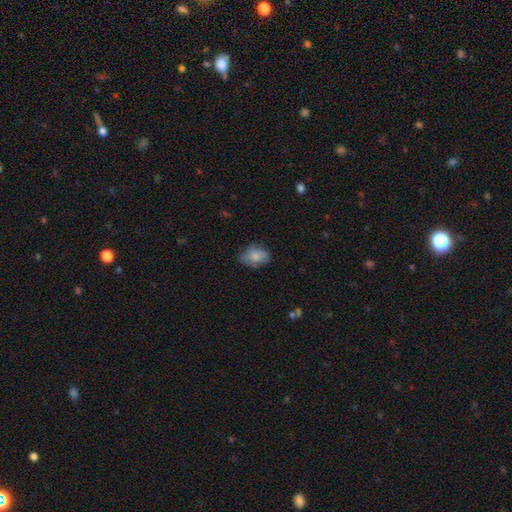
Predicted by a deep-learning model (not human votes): smooth-or-featured: smooth: 75% | featured or disk: 17% | star or artifact: 8%
  how-rounded: in between: 76% | round: 23% | cigar-shaped: 1%
  merging: none: 63% | minor disturbance: 27% | major disturbance: 8% | merger: 1%